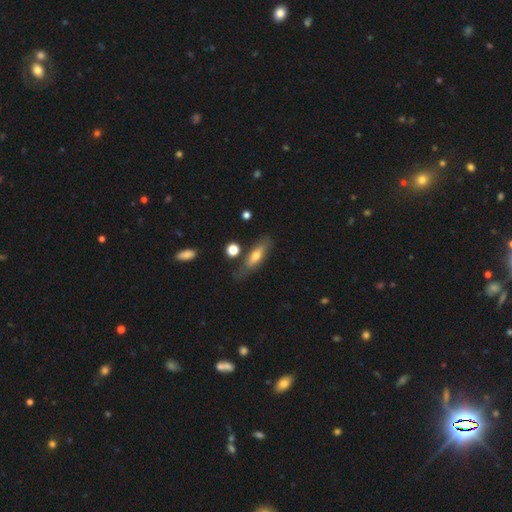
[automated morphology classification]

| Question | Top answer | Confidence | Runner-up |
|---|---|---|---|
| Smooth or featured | smooth | 55% | featured or disk (38%) |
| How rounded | cigar-shaped | 55% | in between (42%) |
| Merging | none | 68% | minor disturbance (20%) |